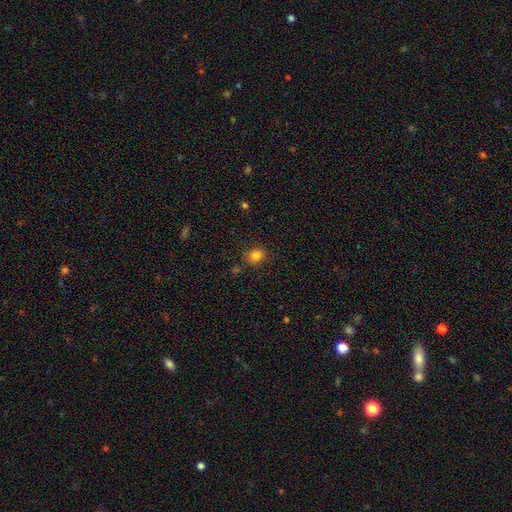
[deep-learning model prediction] Morphology: type=smooth (83%); roundness=round (52%); merging=none (80%).